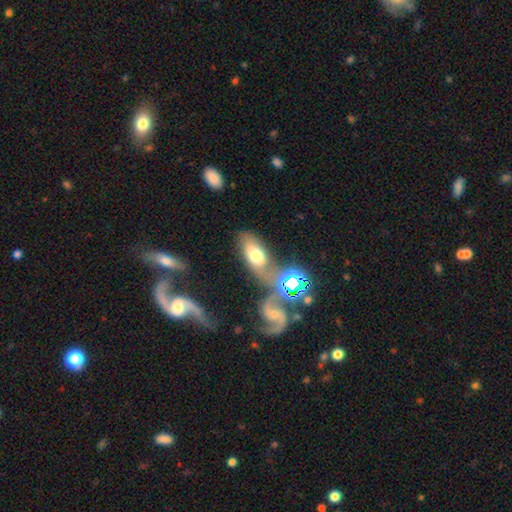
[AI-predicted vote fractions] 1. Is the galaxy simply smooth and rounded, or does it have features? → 55% smooth, 33% featured or disk, 13% star or artifact.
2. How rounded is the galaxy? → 87% in between, 8% round, 6% cigar-shaped.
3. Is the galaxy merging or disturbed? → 40% none, 33% merger, 16% minor disturbance, 11% major disturbance.